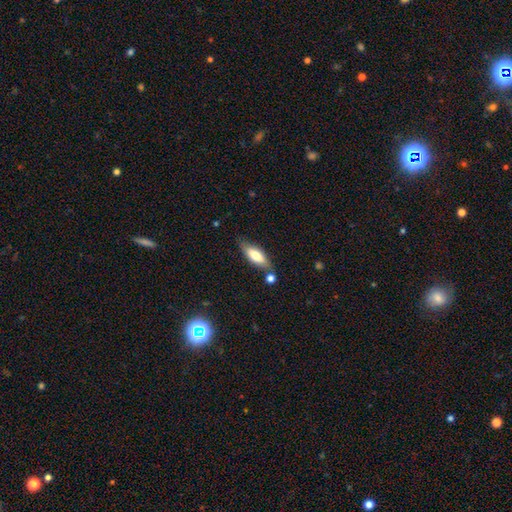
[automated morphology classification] Smooth or featured? Predicted: smooth (p=0.69). How rounded? Predicted: in between (p=0.65). Merging? Predicted: none (p=0.68).